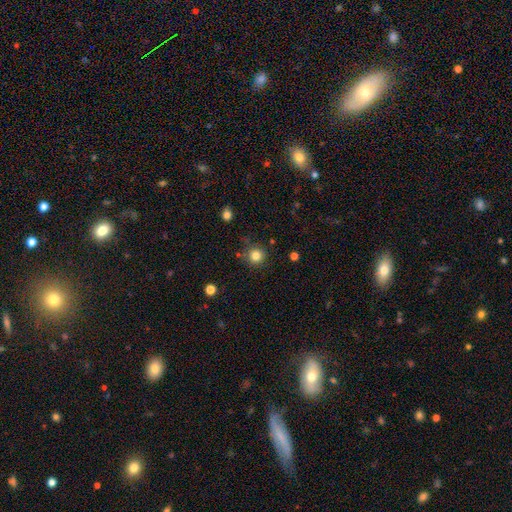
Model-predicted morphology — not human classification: Smooth or featured: smooth — 82% (star or artifact — 12%)
How rounded: round — 94% (in between — 5%)
Merging: none — 83% (minor disturbance — 10%)